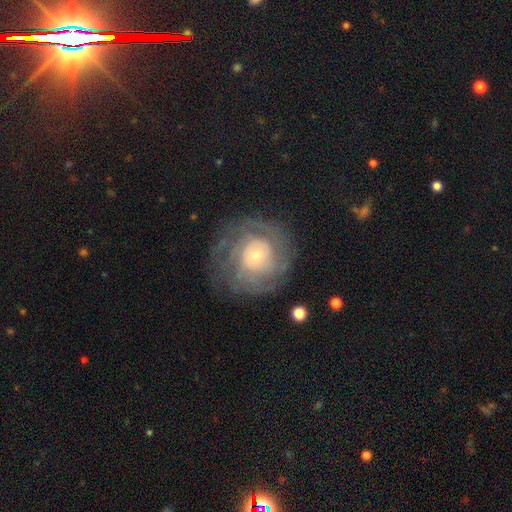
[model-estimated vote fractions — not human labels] Overall: featured or disk (70%). Edge-on disk: no (97%). Bar: no (80%). Spiral arms: yes (84%). Spiral arm count: can't tell (51%; 2 13%). Spiral winding: tight (66%). Bulge size: small (60%; moderate 26%). Merging: none (73%).